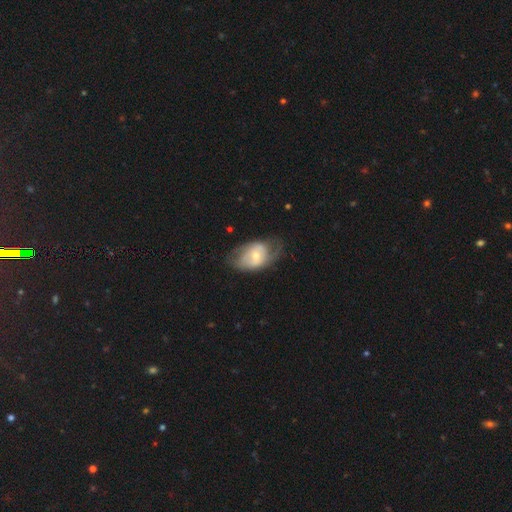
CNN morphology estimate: smooth_or_featured: featured or disk (p=0.57) [alt: smooth p=0.36]
disk_edge_on: no (p=0.94) [alt: yes p=0.06]
bar: no (p=0.60) [alt: weak p=0.32]
has_spiral_arms: yes (p=0.70) [alt: no p=0.30]
bulge_size: small (p=0.48) [alt: moderate p=0.45]
merging: none (p=0.53) [alt: minor disturbance p=0.27]